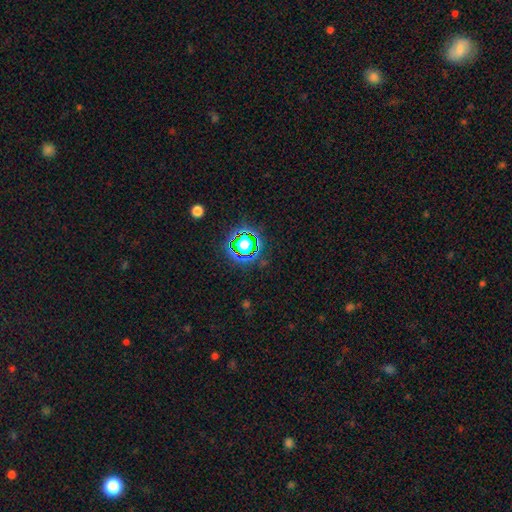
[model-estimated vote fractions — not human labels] Smooth or featured? Predicted: star or artifact (p=0.77).